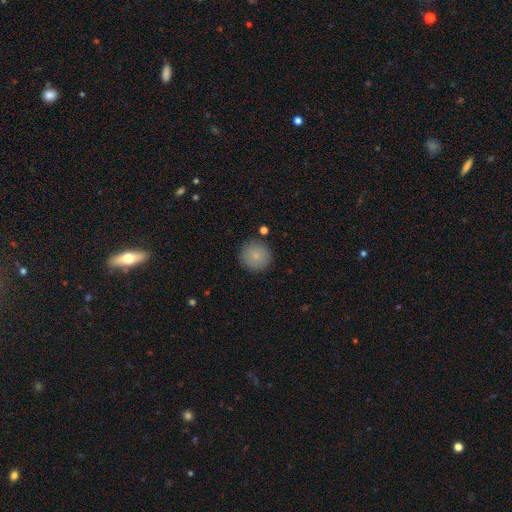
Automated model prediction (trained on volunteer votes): A smooth galaxy with no disk features (85%) that is round (95%). Merging: none (87%).